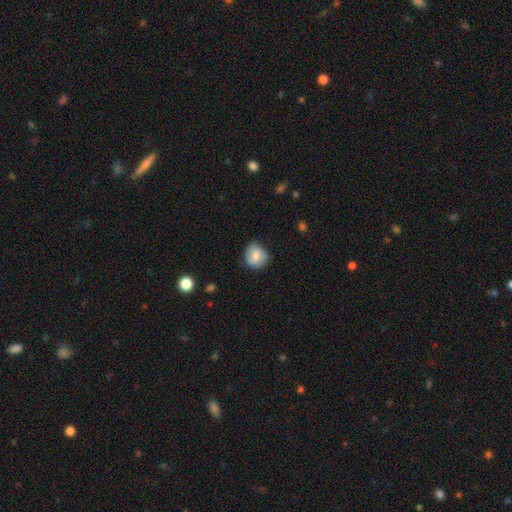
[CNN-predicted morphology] smooth 68%, featured or disk 25%, star or artifact 7%. Down the decision tree: how rounded — round (75%); merging — none (72%).